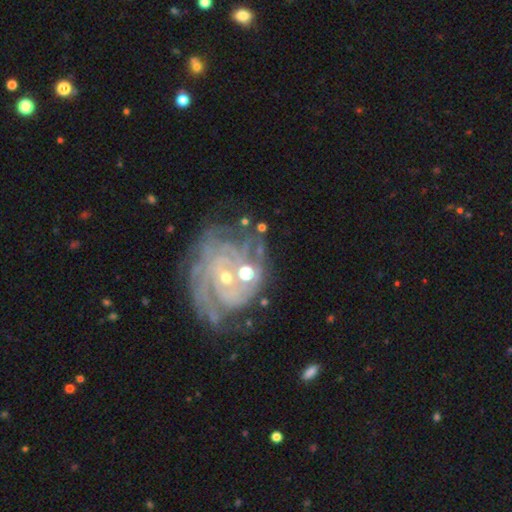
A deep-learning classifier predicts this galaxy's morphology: This appears to be a featured or disk galaxy (83%) with no bar (67%), tight (71%) spiral arms (92%) and a small central bulge (72%). Merging: none (60%).